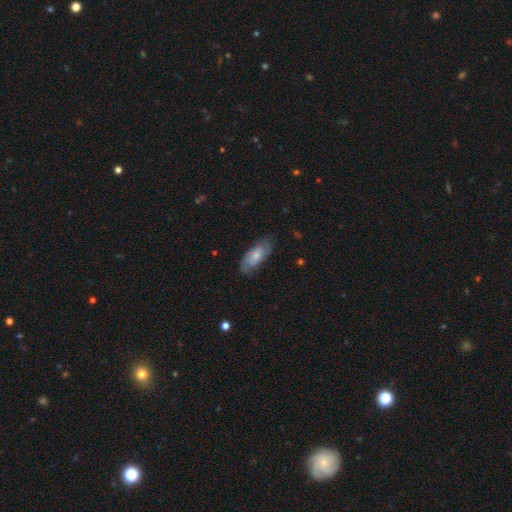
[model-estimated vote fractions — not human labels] Morphology: type=smooth (59%); roundness=in between (81%); merging=none (68%).